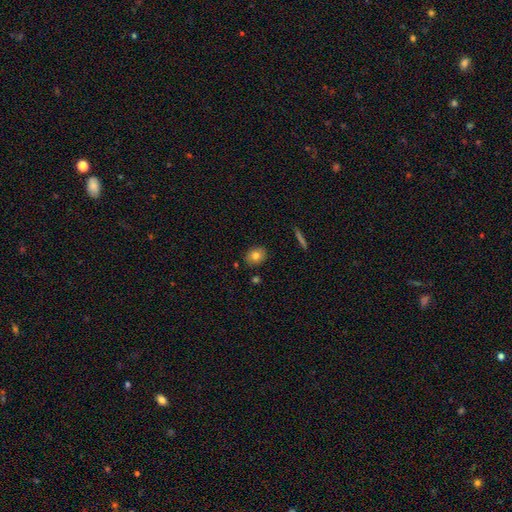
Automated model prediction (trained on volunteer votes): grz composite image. It shows a smooth galaxy with no disk features (79%) that is round (56%). Merging: none (87%).